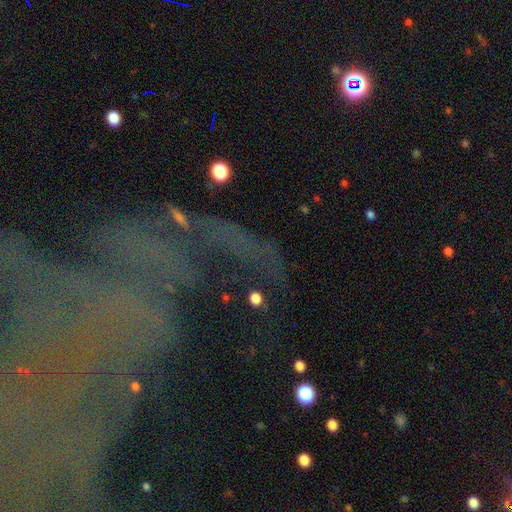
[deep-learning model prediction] smooth_or_featured: star or artifact (p=0.57) [alt: featured or disk p=0.25]